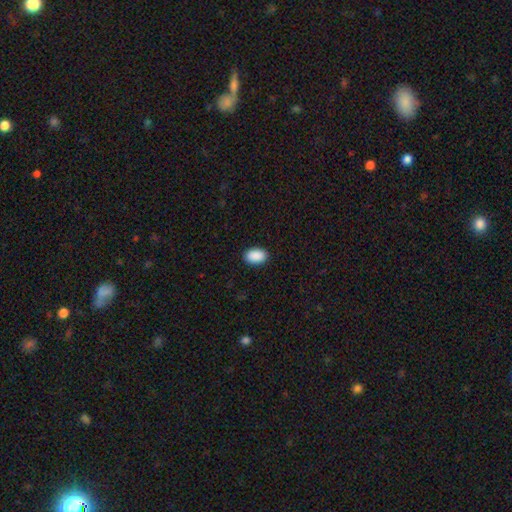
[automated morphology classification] This appears to be a smooth galaxy with no disk features (91%) that is in between round and cigar-shaped (91%). Merging: none (90%).